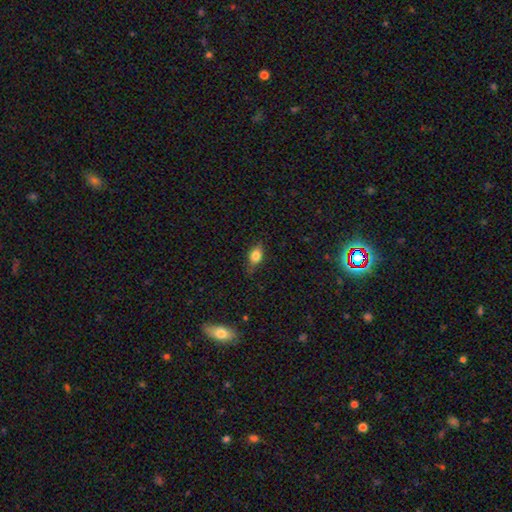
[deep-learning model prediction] Q: Smooth or featured?
A: smooth (77%); runner-up: featured or disk (14%)
Q: How rounded?
A: in between (78%); runner-up: round (15%)
Q: Merging?
A: none (73%); runner-up: minor disturbance (21%)